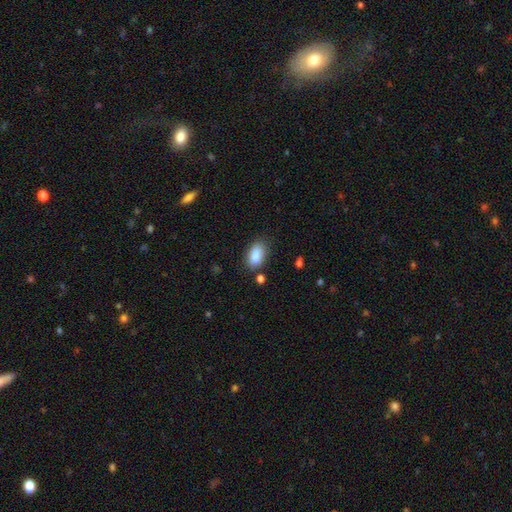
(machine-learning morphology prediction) Smooth or featured? smooth (86%)
How rounded? in between (91%)
Merging? none (73%)